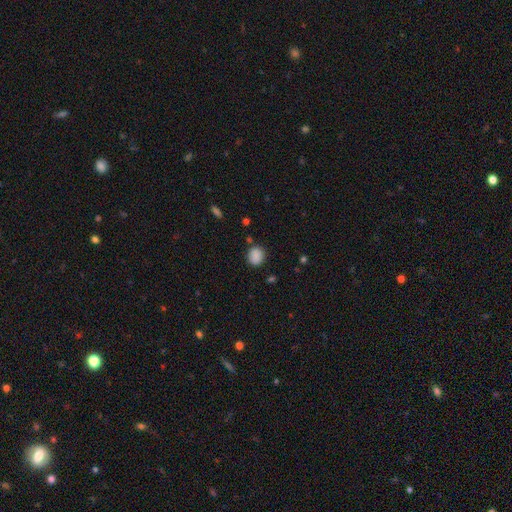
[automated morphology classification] This appears to be a smooth galaxy with no disk features (86%) that is round (69%). Merging: none (79%).